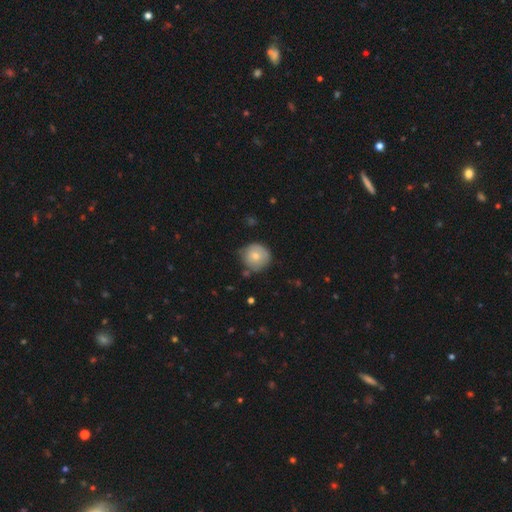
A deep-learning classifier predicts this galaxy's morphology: A smooth galaxy with no disk features (72%) that is round (92%).

Vote fractions:
- Smooth or featured? smooth: 72% / featured or disk: 19% / star or artifact: 8%
- How rounded? round: 92% / in between: 7% / cigar-shaped: 1%
- Merging? none: 69% / minor disturbance: 23% / major disturbance: 4% / merger: 4%